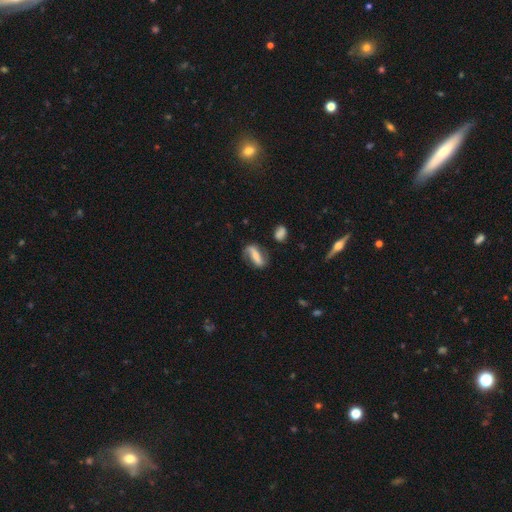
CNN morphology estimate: This appears to be a featured or disk galaxy (63%) with a strong bar (58%), spiral arms (84%) and a small central bulge (45%). Merging: none (70%).